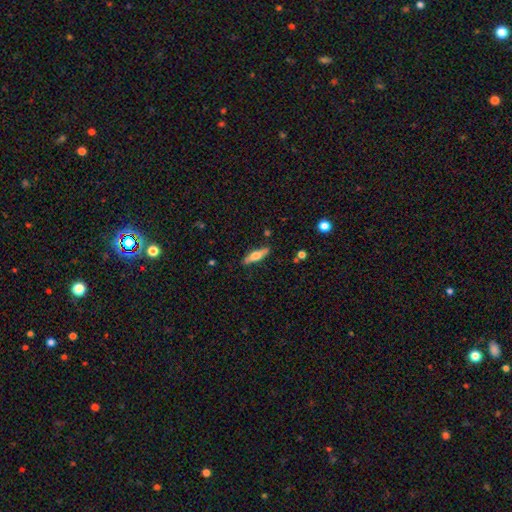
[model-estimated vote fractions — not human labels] Smooth or featured? Predicted: featured or disk (p=0.52). Edge-on disk? Predicted: yes (p=0.93). Merging? Predicted: none (p=0.86).